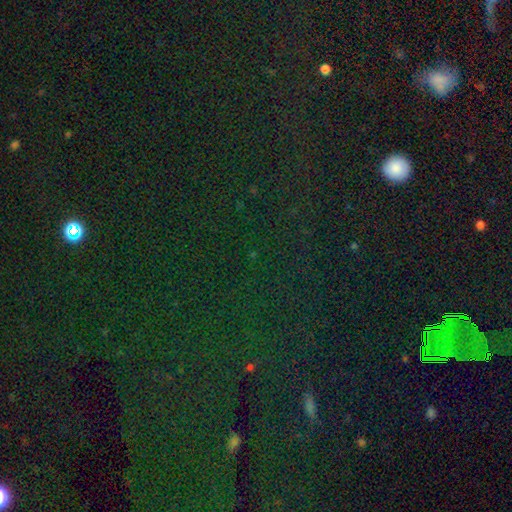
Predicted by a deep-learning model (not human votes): Overall: star or artifact (80%).